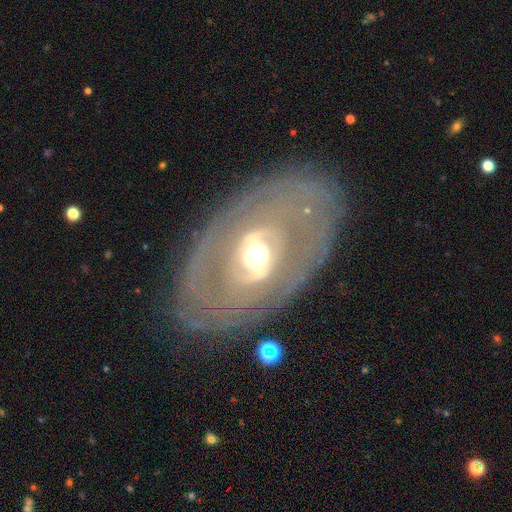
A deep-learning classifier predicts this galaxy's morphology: A featured or disk galaxy (80%) with no bar (34%), spiral arms (57%) and a moderate central bulge (62%). Merging: none (75%).